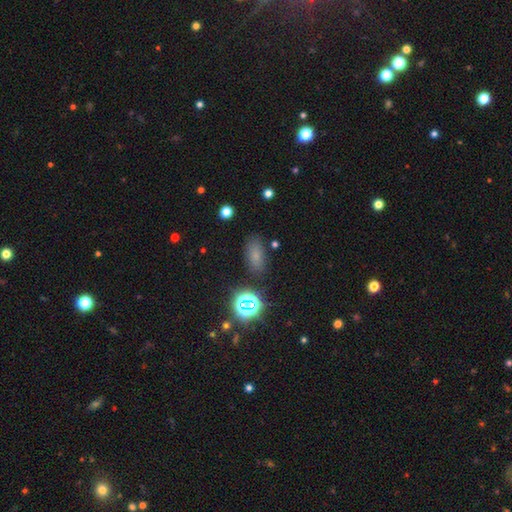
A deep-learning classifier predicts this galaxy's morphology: This appears to be a smooth galaxy with no disk features (67%) that is in between round and cigar-shaped (84%). Merging: none (81%).